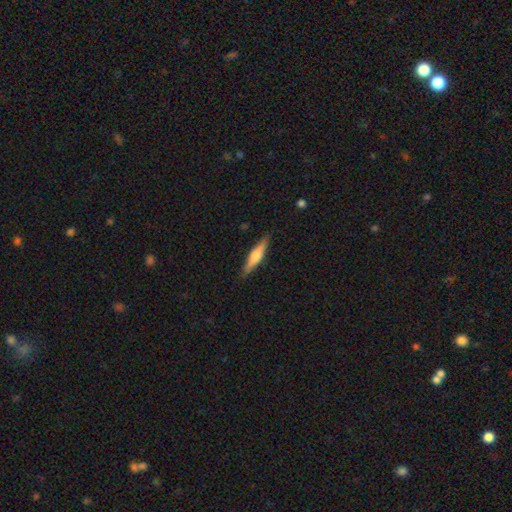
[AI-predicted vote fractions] Morphology: type=featured or disk (49%); merging=none (88%).